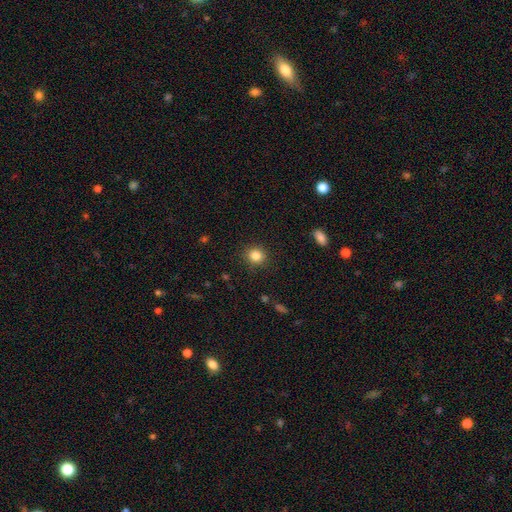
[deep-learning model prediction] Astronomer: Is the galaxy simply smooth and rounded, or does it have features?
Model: smooth — 84%.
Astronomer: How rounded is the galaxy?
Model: round — 86%.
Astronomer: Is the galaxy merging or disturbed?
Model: none — 90%.